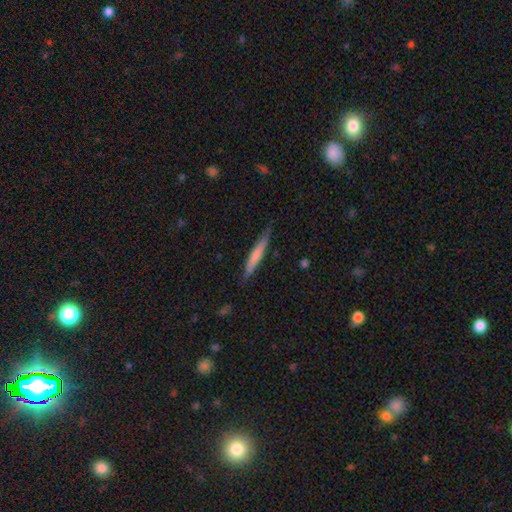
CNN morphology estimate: This appears to be a smooth galaxy with no disk features (63%) that is cigar-shaped (95%). Merging: none (82%).